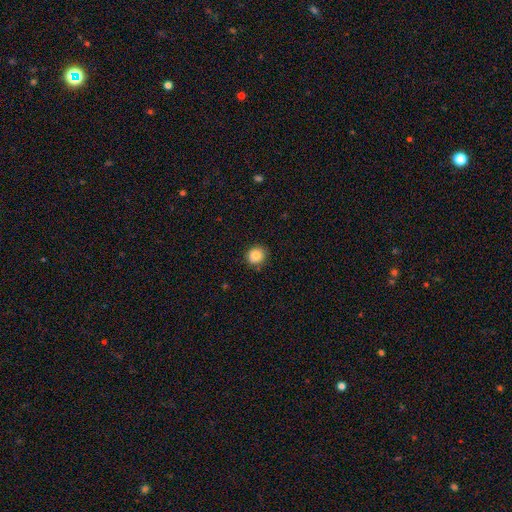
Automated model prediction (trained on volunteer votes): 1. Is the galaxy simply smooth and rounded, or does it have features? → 84% smooth, 10% star or artifact, 6% featured or disk.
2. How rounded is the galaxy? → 86% round, 13% in between, 1% cigar-shaped.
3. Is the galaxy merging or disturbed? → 86% none, 10% minor disturbance, 2% major disturbance, 1% merger.